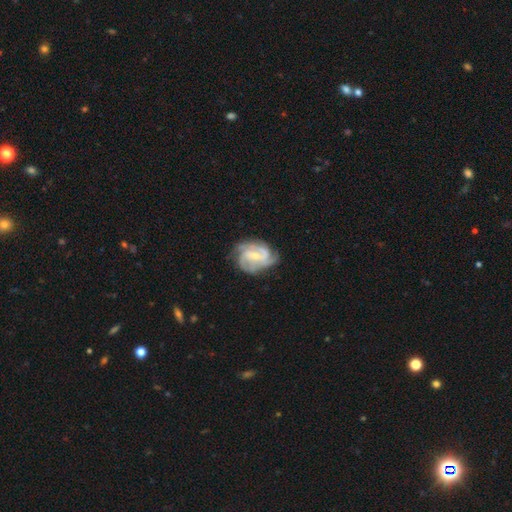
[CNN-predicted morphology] smooth-or-featured: featured or disk: 86% | smooth: 9% | star or artifact: 5%
  disk-edge-on: no: 98% | yes: 2%
    bar: weak: 51% | no: 26% | strong: 23%
    has-spiral-arms: yes: 96% | no: 4%
      spiral-winding: tight: 48% | medium: 42% | loose: 10%
      spiral-arm-count: 3: 39% | 2: 26% | can't tell: 16% | 4: 11% | 1: 4% | more than 4: 4%
    bulge-size: small: 56% | moderate: 39% | none: 3% | large: 1% | dominant: 1%
  merging: none: 67% | minor disturbance: 22% | major disturbance: 9% | merger: 1%